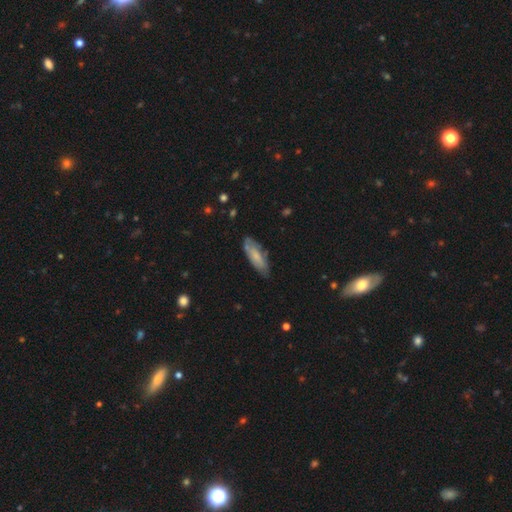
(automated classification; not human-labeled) smooth_or_featured: smooth (p=0.60) [alt: featured or disk p=0.33]
how_rounded: in between (p=0.60) [alt: cigar-shaped p=0.38]
merging: none (p=0.67) [alt: minor disturbance p=0.25]